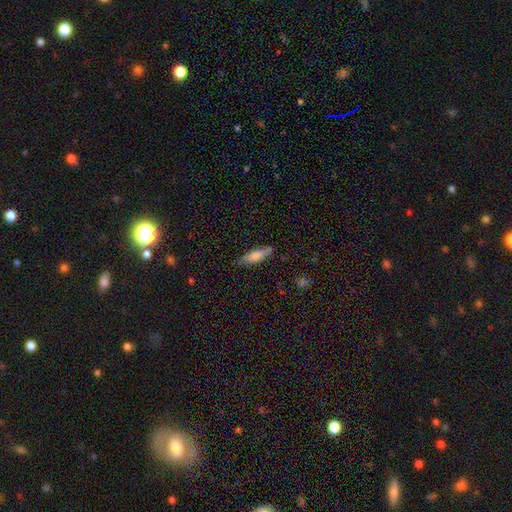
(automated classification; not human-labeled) Overall: smooth (73%). How rounded: cigar-shaped (59%; in between 39%). Merging: none (81%).